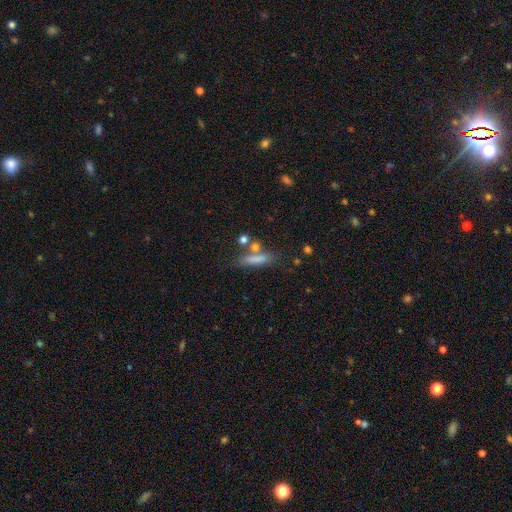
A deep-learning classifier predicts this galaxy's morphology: This is likely a smooth galaxy (69%). How rounded: likely cigar-shaped (76%). Merging: likely none (67%).